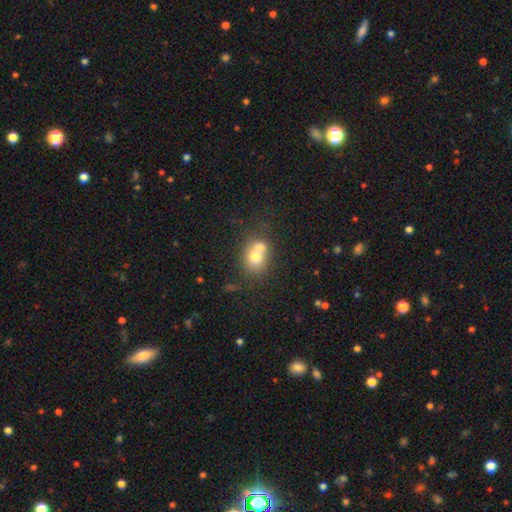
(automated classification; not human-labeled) This is likely a smooth galaxy (68%). How rounded: possibly round (58%). Merging: possibly merger (57%).